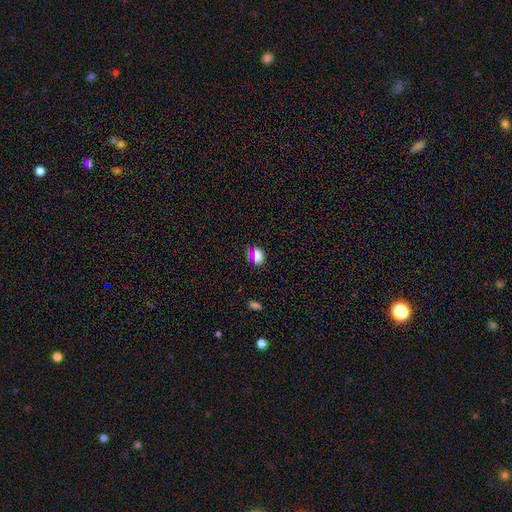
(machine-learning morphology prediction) smooth 69%, star or artifact 24%, featured or disk 6%. Down the decision tree: how rounded — in between (50%); merging — none (76%).